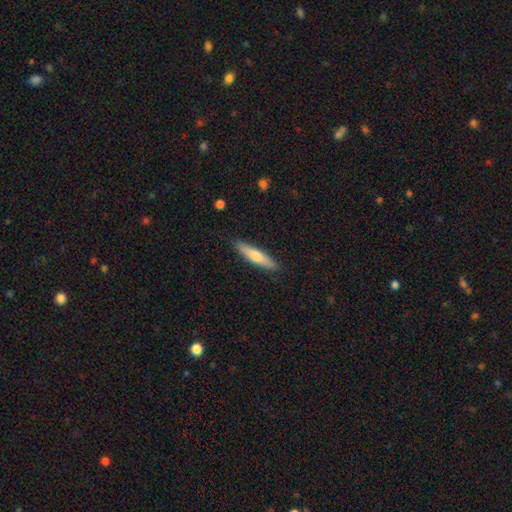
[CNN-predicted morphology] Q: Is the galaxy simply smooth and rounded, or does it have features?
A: smooth — 64%.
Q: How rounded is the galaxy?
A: cigar-shaped — 86%.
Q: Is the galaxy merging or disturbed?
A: none — 90%.